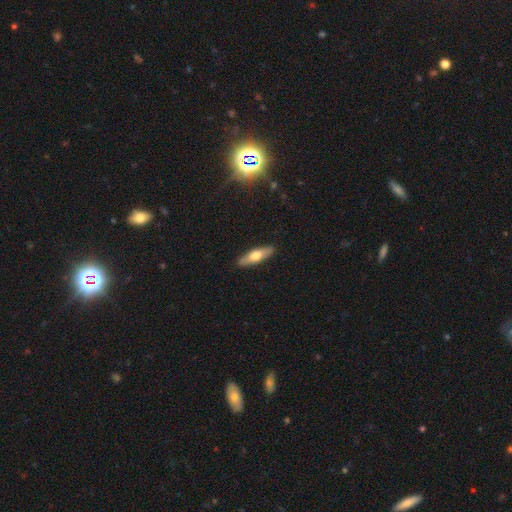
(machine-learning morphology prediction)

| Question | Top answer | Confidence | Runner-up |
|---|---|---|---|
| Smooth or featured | smooth | 58% | featured or disk (37%) |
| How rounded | cigar-shaped | 61% | in between (37%) |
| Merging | none | 90% | minor disturbance (7%) |